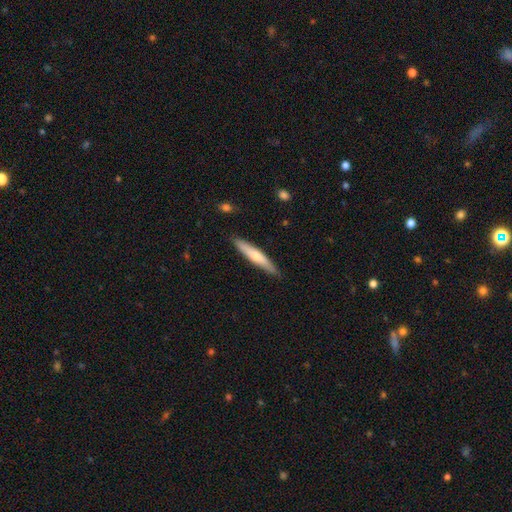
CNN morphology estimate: Smooth or featured?
  - smooth: 58% *
  - featured or disk: 37%
  - star or artifact: 5%
How rounded?
  - cigar-shaped: 91% *
  - in between: 7%
  - round: 1%
Merging?
  - none: 88% *
  - minor disturbance: 9%
  - major disturbance: 2%
  - merger: 1%